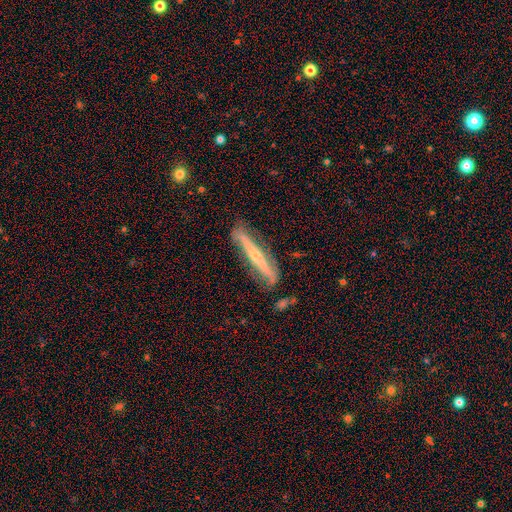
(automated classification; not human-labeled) Morphology: type=featured or disk (71%); edge-on=yes (87%); edge-on bulge=rounded (73%); merging=none (73%).